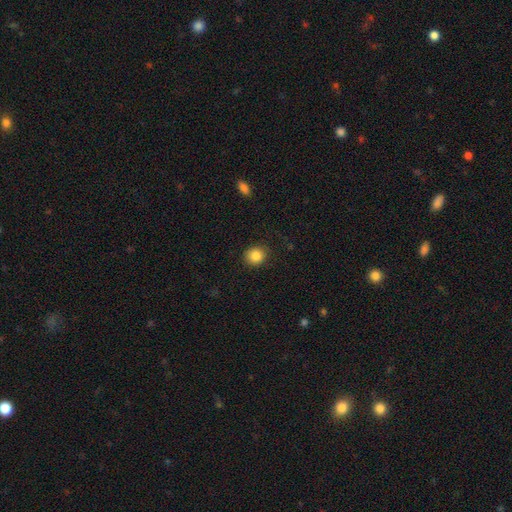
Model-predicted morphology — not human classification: The model was most divided on "how rounded": round: 84%, in between: 15%, cigar-shaped: 1%. More confident: merging — none (88%); smooth or featured — smooth (86%).